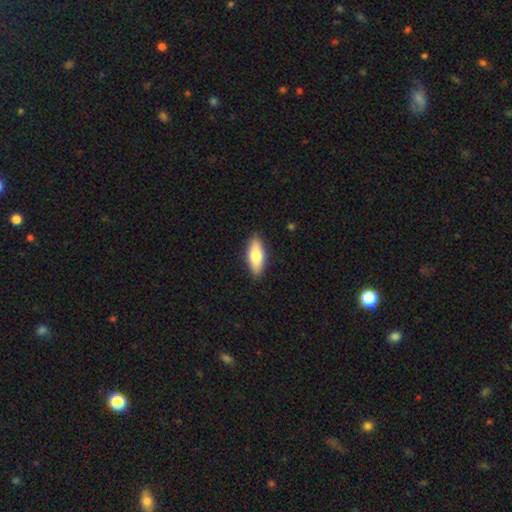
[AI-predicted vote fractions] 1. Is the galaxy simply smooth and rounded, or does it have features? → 73% smooth, 21% featured or disk, 6% star or artifact.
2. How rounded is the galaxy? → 75% in between, 22% cigar-shaped, 3% round.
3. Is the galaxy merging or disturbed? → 89% none, 8% minor disturbance, 2% major disturbance, 1% merger.